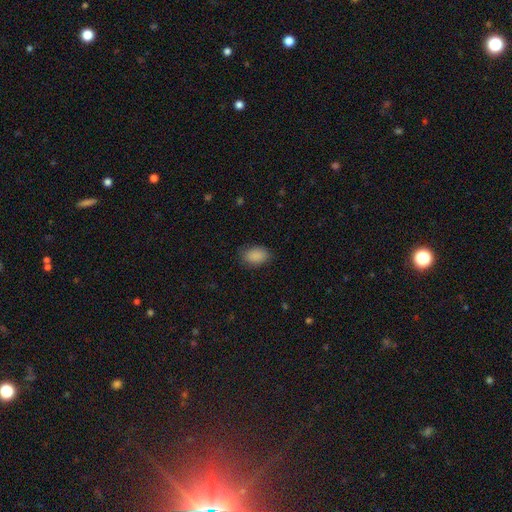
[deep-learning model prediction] Smooth or featured? smooth (89%)
How rounded? in between (87%)
Merging? none (81%)